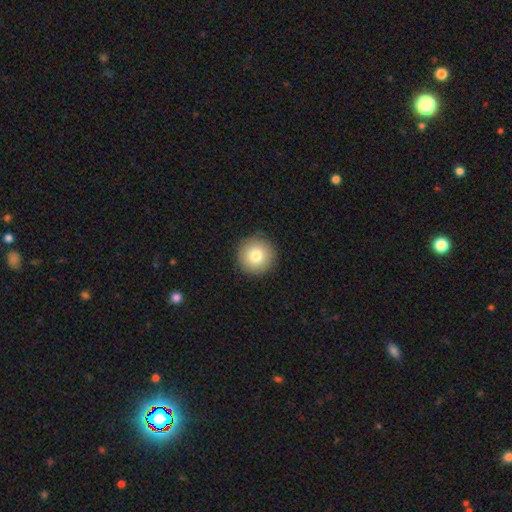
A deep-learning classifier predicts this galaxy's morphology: type=smooth (80%); roundness=round (96%); merging=none (91%).